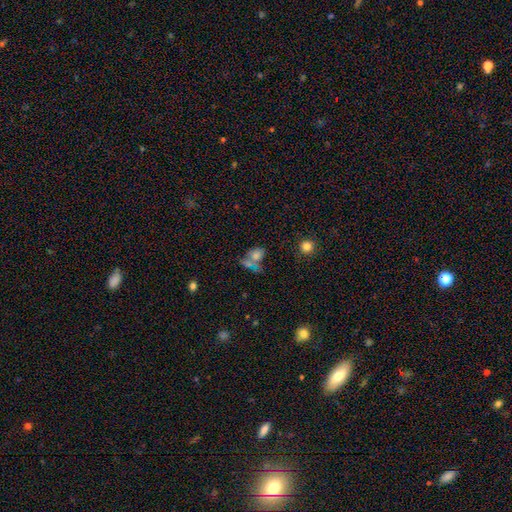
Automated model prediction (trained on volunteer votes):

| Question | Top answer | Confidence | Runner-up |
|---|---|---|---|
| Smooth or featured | smooth | 63% | featured or disk (20%) |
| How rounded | in between | 63% | round (34%) |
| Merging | merger | 45% | none (31%) |